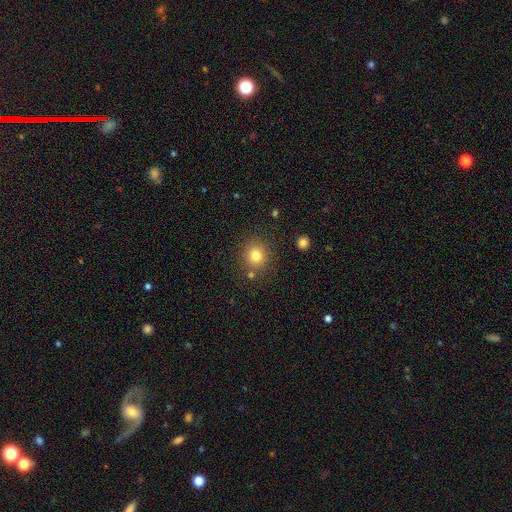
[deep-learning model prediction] Overall: smooth (80%). How rounded: round (88%). Merging: none (83%).